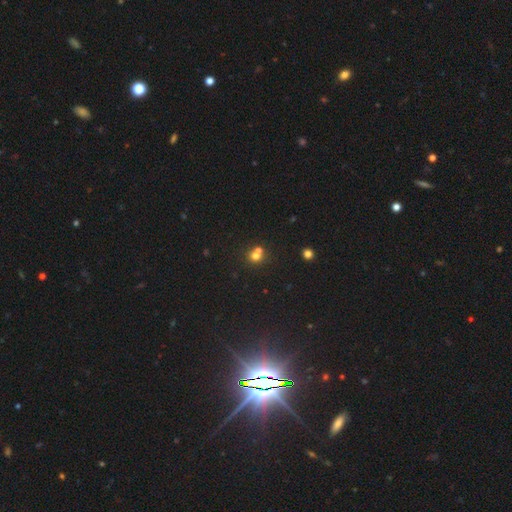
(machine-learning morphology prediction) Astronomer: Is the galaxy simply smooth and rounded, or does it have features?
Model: smooth — 65%.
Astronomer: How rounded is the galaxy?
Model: round — 84%.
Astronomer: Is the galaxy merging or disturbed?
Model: merger — 46% (runner-up: none, 45%).